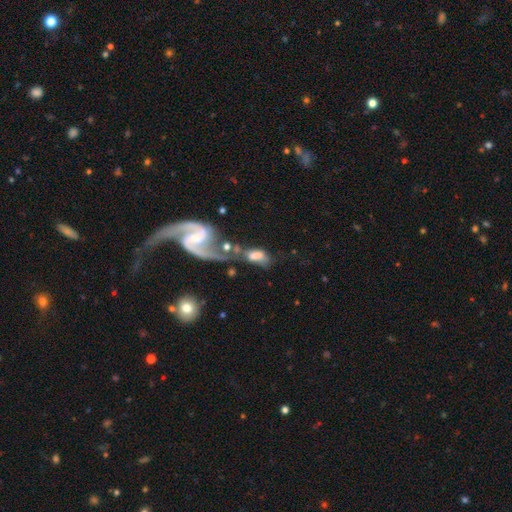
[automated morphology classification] smooth_or_featured: featured or disk (p=0.49) [alt: smooth p=0.41]
merging: merger (p=0.46) [alt: major disturbance p=0.20]